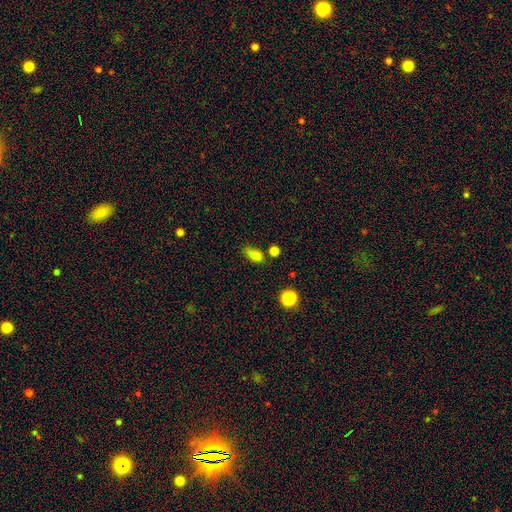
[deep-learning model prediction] This appears to be a smooth galaxy with no disk features (77%) that is in between round and cigar-shaped (73%). Merging: none (45%).